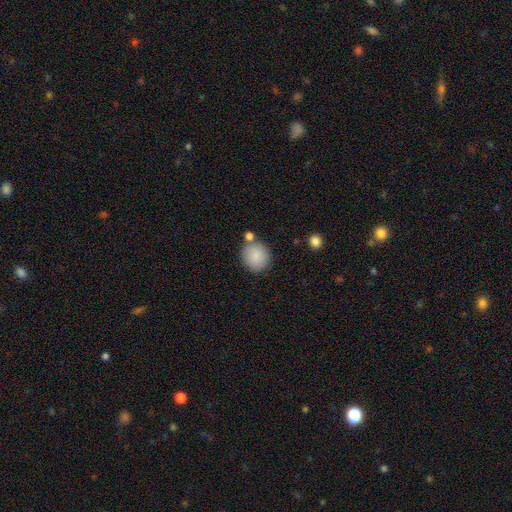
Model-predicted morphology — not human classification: smooth_or_featured: smooth (p=0.87) [alt: star or artifact p=0.08]
how_rounded: round (p=0.84) [alt: in between p=0.15]
merging: none (p=0.73) [alt: merger p=0.12]